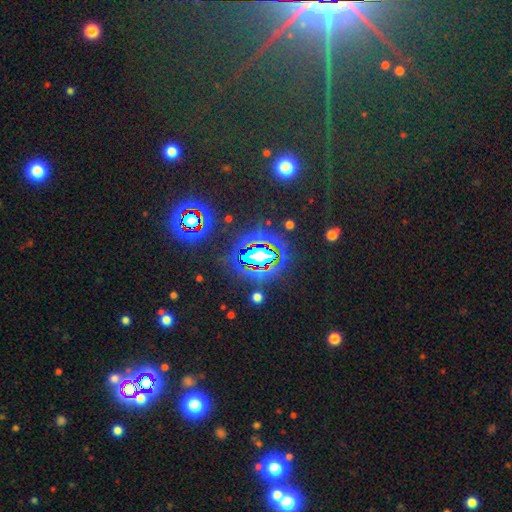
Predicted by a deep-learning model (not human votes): smooth_or_featured: star or artifact (p=0.68) [alt: smooth p=0.20]